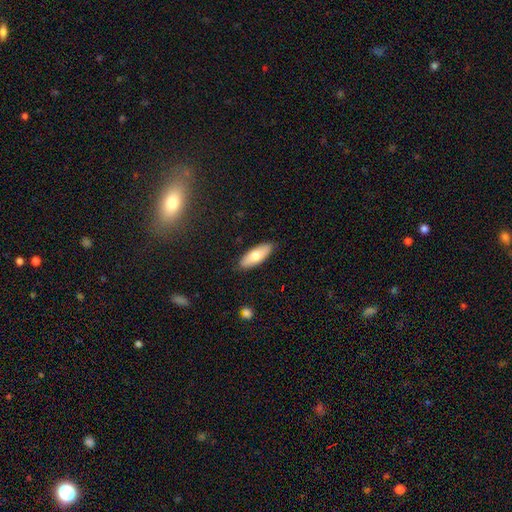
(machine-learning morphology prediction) Overall: smooth (72%). How rounded: in between (71%). Merging: none (88%).